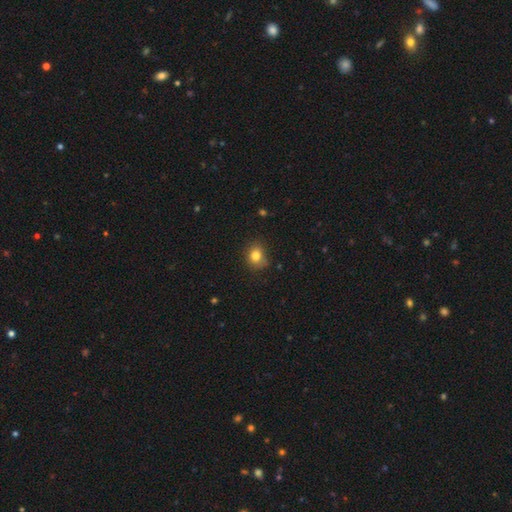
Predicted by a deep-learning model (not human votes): Smooth or featured: smooth — 81% (star or artifact — 11%)
How rounded: round — 61% (in between — 38%)
Merging: none — 71% (minor disturbance — 22%)